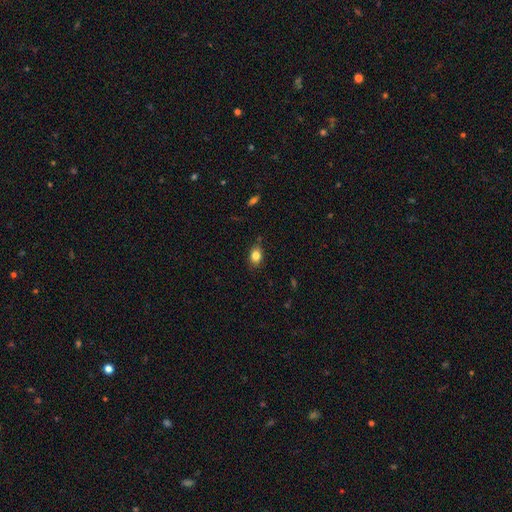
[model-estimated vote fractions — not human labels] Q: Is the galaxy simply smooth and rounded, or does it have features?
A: smooth — 83%.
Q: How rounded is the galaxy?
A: in between — 66%.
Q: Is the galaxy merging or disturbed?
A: none — 78%.